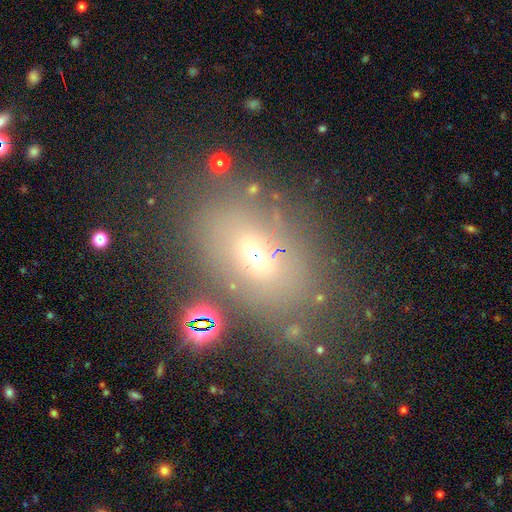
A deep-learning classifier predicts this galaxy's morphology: This appears to be a smooth galaxy with no disk features (59%) that is in between round and cigar-shaped (74%). Merging: none (66%).